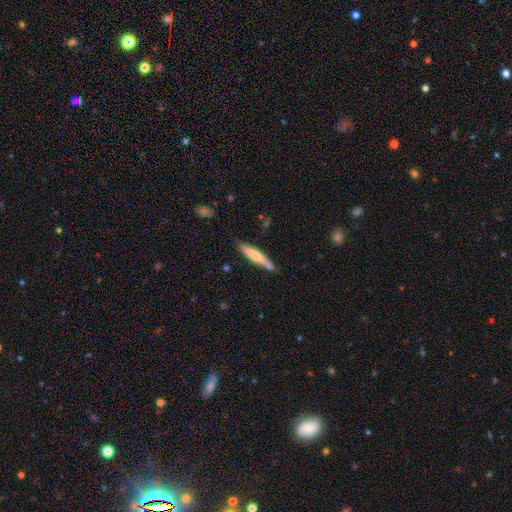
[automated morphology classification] Smooth or featured? Predicted: smooth (p=0.68). How rounded? Predicted: cigar-shaped (p=0.89). Merging? Predicted: none (p=0.73).